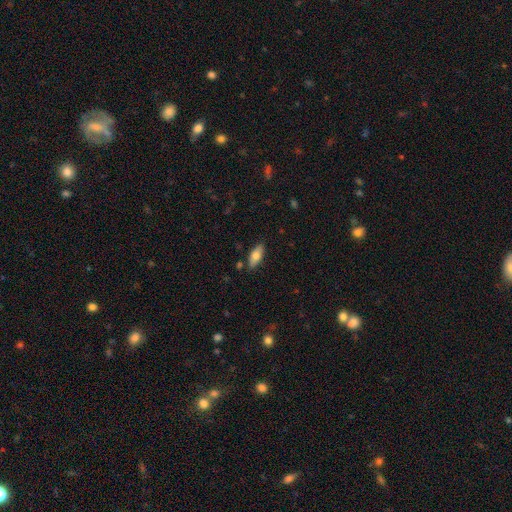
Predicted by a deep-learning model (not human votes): A smooth galaxy with no disk features (74%) that is in between round and cigar-shaped (82%).

Vote fractions:
- Smooth or featured? smooth: 74% / featured or disk: 20% / star or artifact: 7%
- How rounded? in between: 82% / cigar-shaped: 16% / round: 2%
- Merging? none: 83% / minor disturbance: 12% / merger: 3% / major disturbance: 2%